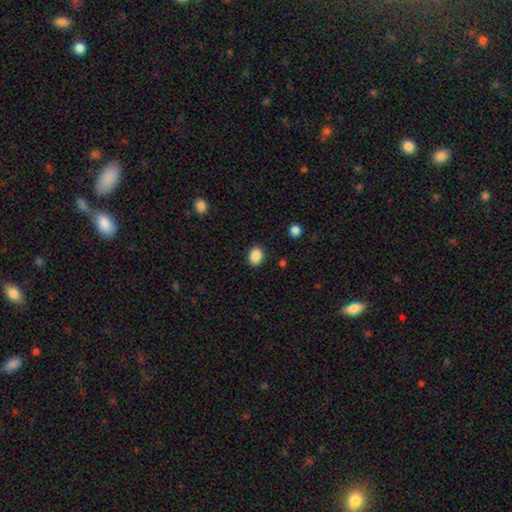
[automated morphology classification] Overall: smooth (88%). How rounded: in between (65%; round 34%). Merging: none (89%).